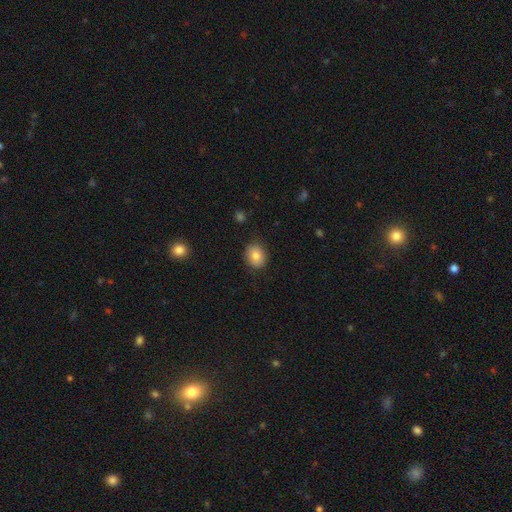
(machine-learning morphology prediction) smooth 82%, star or artifact 9%, featured or disk 9%. Down the decision tree: how rounded — round (66%); merging — none (86%).